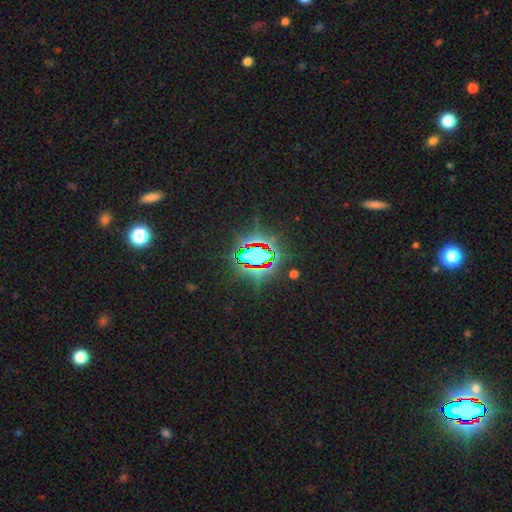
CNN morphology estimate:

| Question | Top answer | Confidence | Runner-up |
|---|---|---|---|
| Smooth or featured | star or artifact | 76% | smooth (14%) |